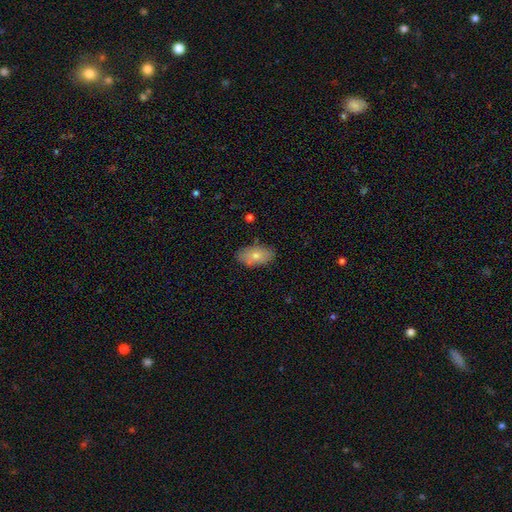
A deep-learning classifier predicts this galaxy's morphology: This appears to be a smooth galaxy with no disk features (75%) that is in between round and cigar-shaped (93%). Merging: none (81%).